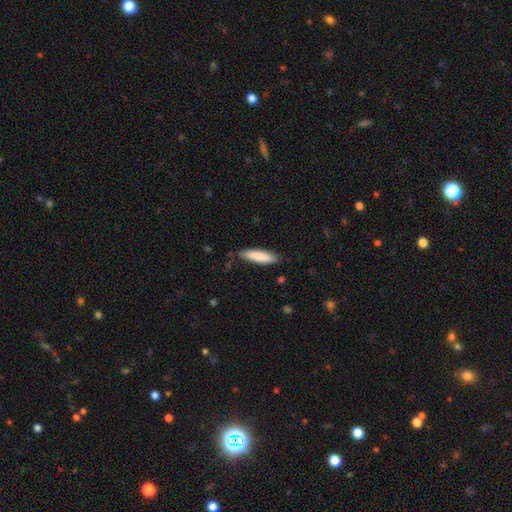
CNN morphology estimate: Q: Smooth or featured?
A: smooth (84%); runner-up: featured or disk (10%)
Q: How rounded?
A: cigar-shaped (71%); runner-up: in between (28%)
Q: Merging?
A: none (83%); runner-up: minor disturbance (13%)